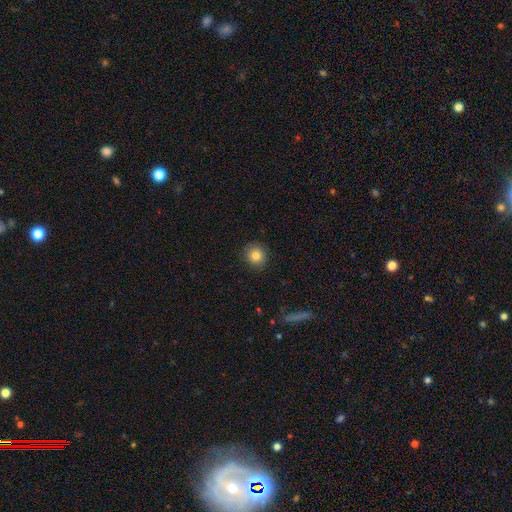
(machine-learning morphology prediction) Smooth or featured?
  - smooth: 81% *
  - star or artifact: 10%
  - featured or disk: 8%
How rounded?
  - round: 92% *
  - in between: 7%
  - cigar-shaped: 1%
Merging?
  - none: 88% *
  - minor disturbance: 8%
  - major disturbance: 2%
  - merger: 1%